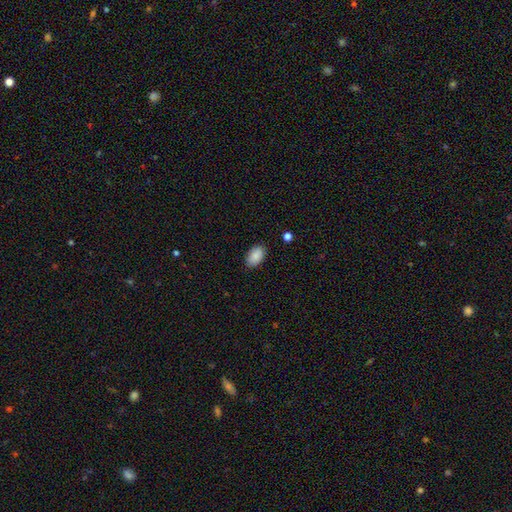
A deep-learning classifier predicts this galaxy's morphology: A smooth galaxy with no disk features (89%) that is in between round and cigar-shaped (93%).

Vote fractions:
- Smooth or featured? smooth: 89% / star or artifact: 7% / featured or disk: 4%
- How rounded? in between: 93% / round: 6% / cigar-shaped: 1%
- Merging? none: 84% / minor disturbance: 12% / major disturbance: 2% / merger: 1%